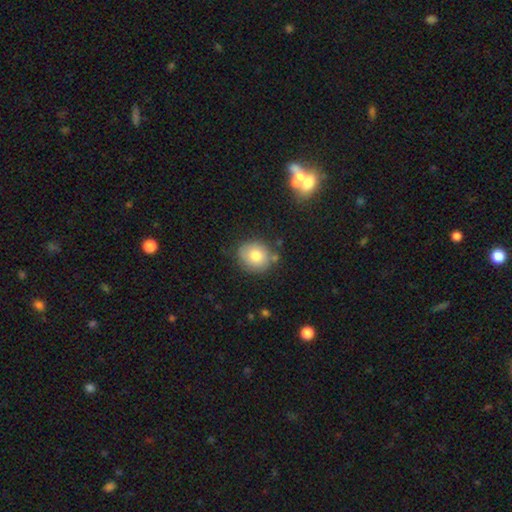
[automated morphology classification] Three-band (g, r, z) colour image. It shows a smooth galaxy with no disk features (78%) that is round (82%). Merging: none (78%).